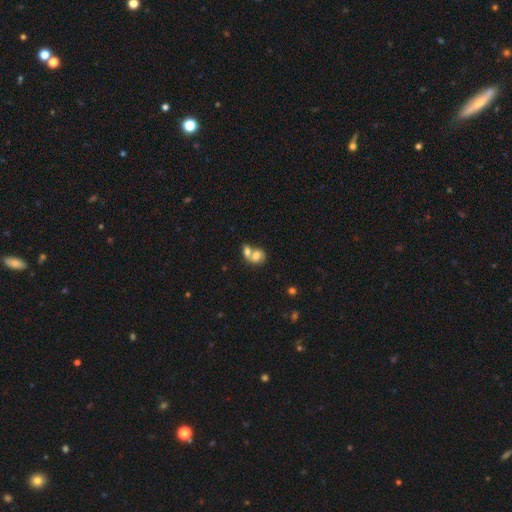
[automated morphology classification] The model was most divided on "how rounded": in between: 62%, round: 36%, cigar-shaped: 2%. More confident: merging — merger (73%); smooth or featured — smooth (60%).